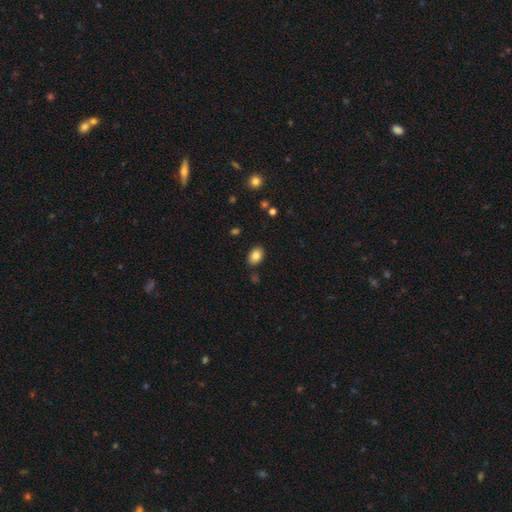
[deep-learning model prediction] This appears to be a smooth galaxy with no disk features (84%) that is in between round and cigar-shaped (83%). Merging: none (86%).